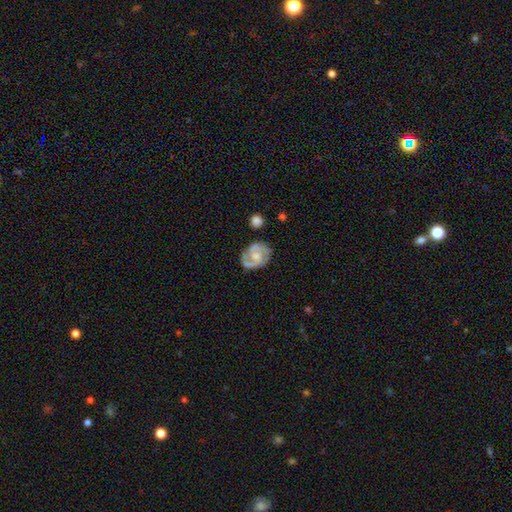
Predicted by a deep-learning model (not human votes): A featured or disk galaxy (78%) with no bar (54%), 2 (74%) medium (49%) spiral arms (93%) and a moderate central bulge (43%).

Vote fractions:
- Smooth or featured? featured or disk: 78% / smooth: 16% / star or artifact: 5%
- Edge-on disk? no: 97% / yes: 3%
- Bar? no: 54% / weak: 38% / strong: 7%
- Spiral arms? yes: 93% / no: 7%
- Spiral winding? medium: 49% / tight: 37% / loose: 14%
- Spiral arm count? 2: 74% / 3: 11% / can't tell: 9% / 1: 3% / 4: 2% / more than 4: 2%
- Bulge size? moderate: 43% / small: 32% / none: 15% / large: 8% / dominant: 1%
- Merging? none: 71% / minor disturbance: 19% / major disturbance: 7% / merger: 3%